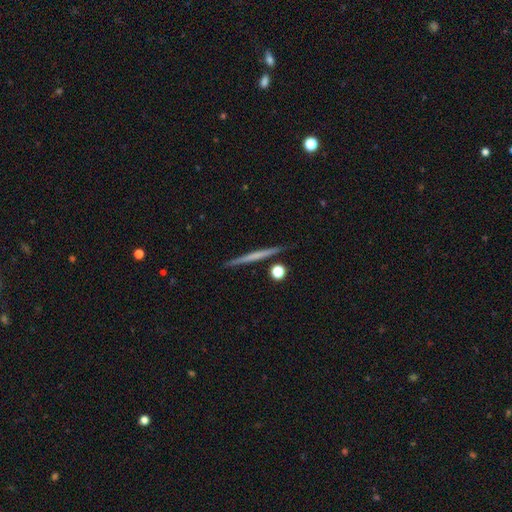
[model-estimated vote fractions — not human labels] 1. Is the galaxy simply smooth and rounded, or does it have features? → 52% featured or disk, 41% smooth, 6% star or artifact.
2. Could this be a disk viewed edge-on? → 97% yes, 3% no.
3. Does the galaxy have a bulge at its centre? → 86% none, 9% rounded, 5% boxy.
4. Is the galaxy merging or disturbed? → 90% none, 6% minor disturbance, 2% merger, 1% major disturbance.